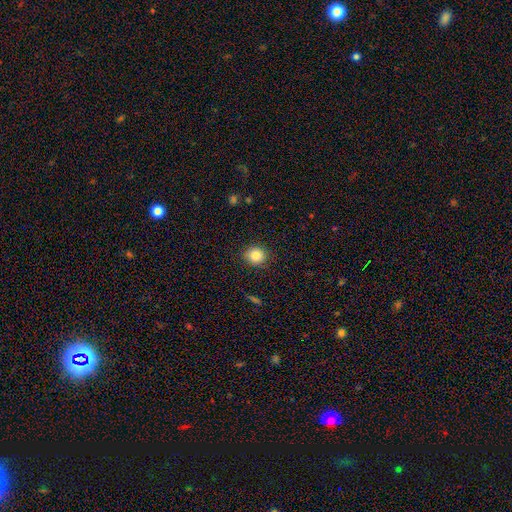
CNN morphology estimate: smooth 84%, star or artifact 10%, featured or disk 6%. Down the decision tree: how rounded — round (85%); merging — none (88%).